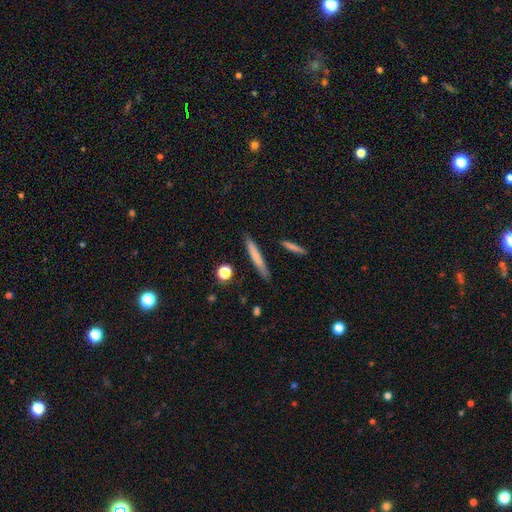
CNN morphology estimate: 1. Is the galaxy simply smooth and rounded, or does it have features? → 69% smooth, 24% featured or disk, 6% star or artifact.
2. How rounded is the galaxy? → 95% cigar-shaped, 4% in between, 2% round.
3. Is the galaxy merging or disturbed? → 87% none, 9% minor disturbance, 3% merger, 2% major disturbance.